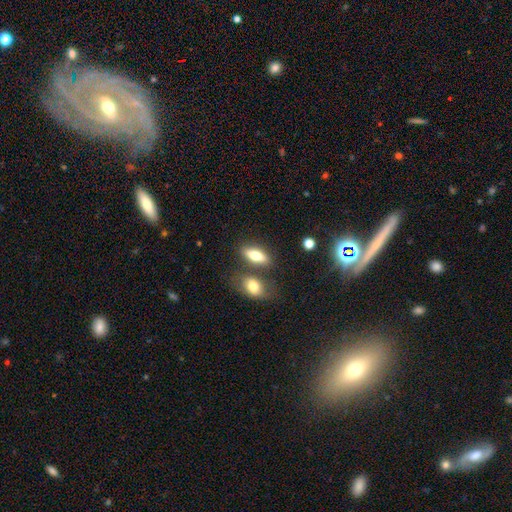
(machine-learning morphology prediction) type=smooth (73%); roundness=in between (74%); merging=none (67%).